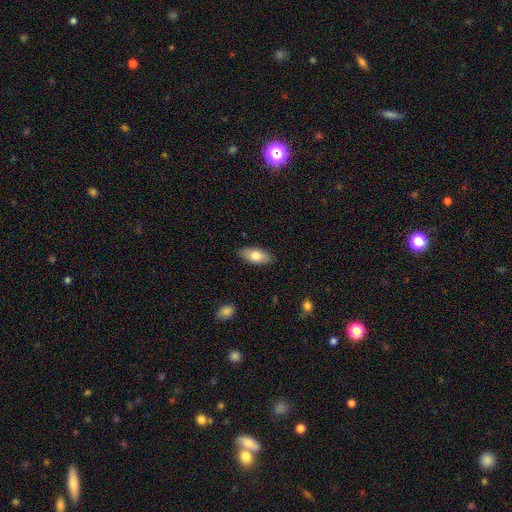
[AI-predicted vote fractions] smooth-or-featured: smooth: 78% | featured or disk: 16% | star or artifact: 6%
  how-rounded: in between: 89% | cigar-shaped: 8% | round: 3%
  merging: none: 87% | minor disturbance: 10% | major disturbance: 2% | merger: 1%